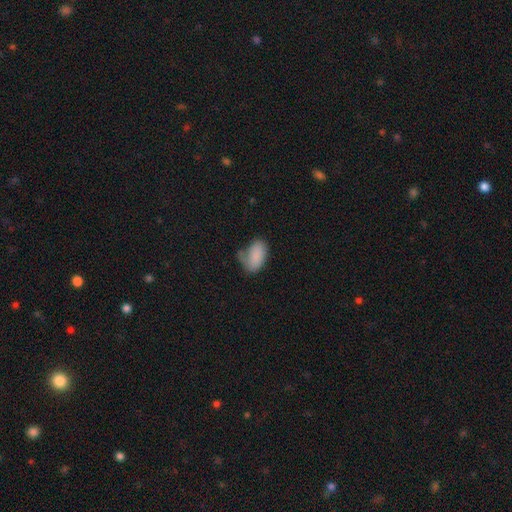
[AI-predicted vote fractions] A smooth galaxy with no disk features (83%) that is in between round and cigar-shaped (92%). Merging: none (42%).